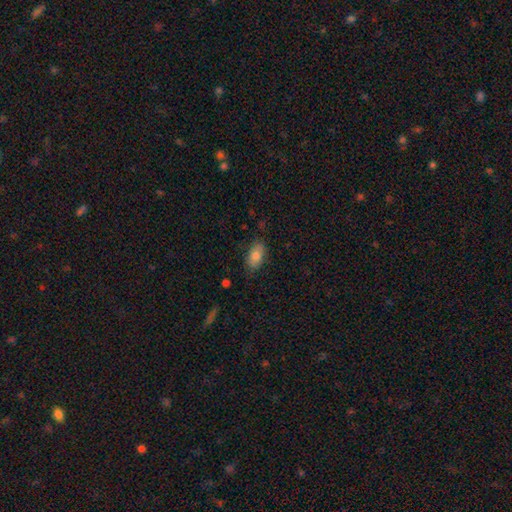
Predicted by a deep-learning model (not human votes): This is clearly a smooth galaxy (81%). How rounded: clearly in between (91%). Merging: clearly none (80%).